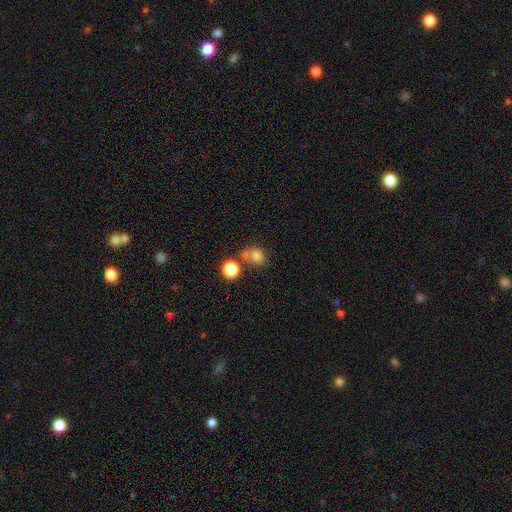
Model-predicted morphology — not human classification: Smooth or featured?
  - smooth: 79% *
  - star or artifact: 13%
  - featured or disk: 9%
How rounded?
  - round: 62% *
  - in between: 37%
  - cigar-shaped: 1%
Merging?
  - none: 45% *
  - merger: 35%
  - minor disturbance: 13%
  - major disturbance: 7%